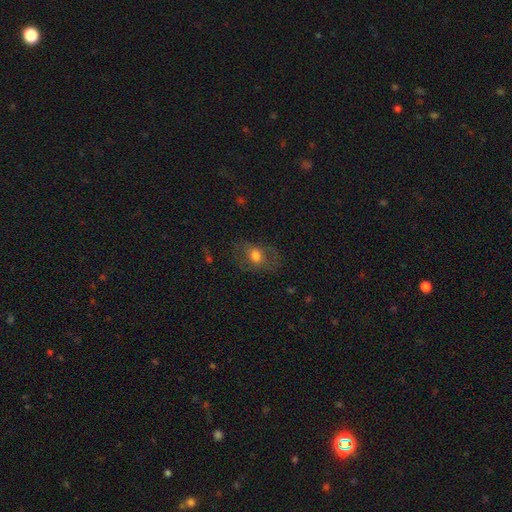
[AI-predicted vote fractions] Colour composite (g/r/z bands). It shows a smooth galaxy with no disk features (58%) that is in between round and cigar-shaped (74%). Merging: none (66%).